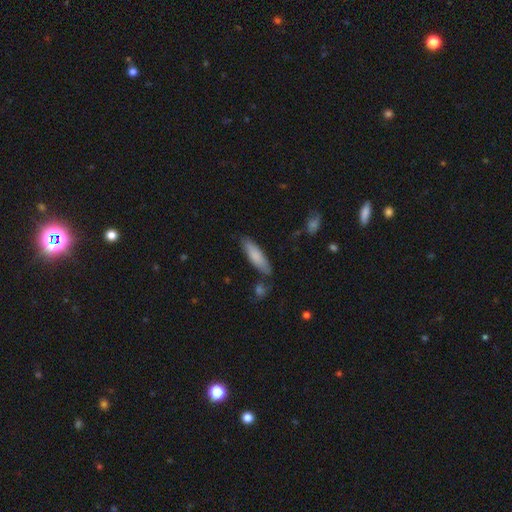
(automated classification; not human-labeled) Q: Smooth or featured?
A: smooth (80%); runner-up: featured or disk (14%)
Q: How rounded?
A: cigar-shaped (61%); runner-up: in between (38%)
Q: Merging?
A: none (80%); runner-up: minor disturbance (14%)